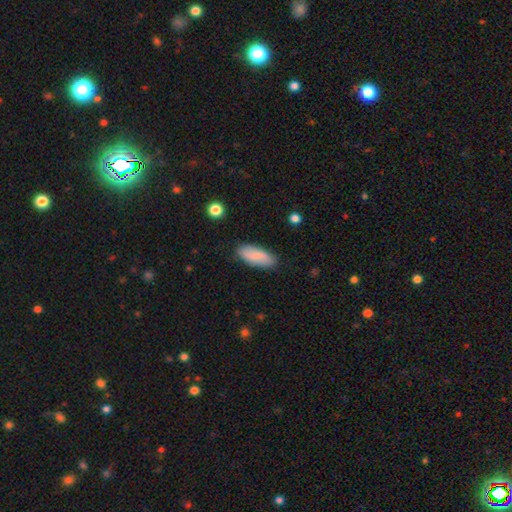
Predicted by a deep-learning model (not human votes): A smooth galaxy with no disk features (78%) that is in between round and cigar-shaped (79%).

Vote fractions:
- Smooth or featured? smooth: 78% / featured or disk: 16% / star or artifact: 6%
- How rounded? in between: 79% / cigar-shaped: 19% / round: 2%
- Merging? none: 84% / minor disturbance: 12% / major disturbance: 2% / merger: 1%